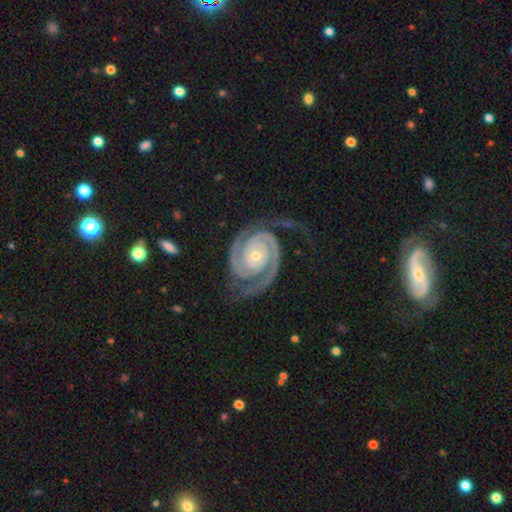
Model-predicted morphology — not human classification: featured or disk 94%, star or artifact 4%, smooth 2%. Down the decision tree: edge-on disk — no (98%); bar — no (74%); spiral arms — yes (99%); spiral arm count — 2 (92%); spiral winding — tight (78%); bulge size — small (70%); merging — none (76%).